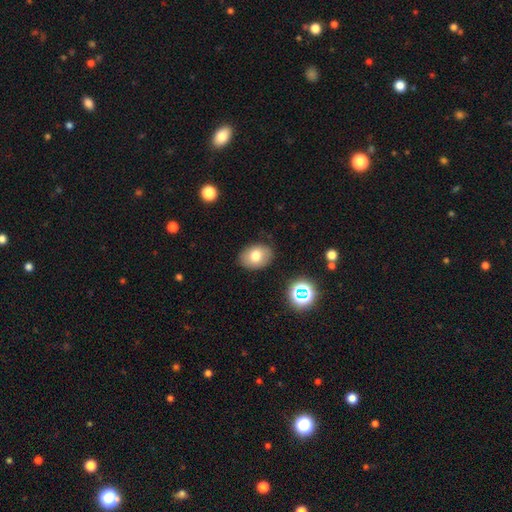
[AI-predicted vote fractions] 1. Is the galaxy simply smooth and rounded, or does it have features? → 75% smooth, 14% featured or disk, 11% star or artifact.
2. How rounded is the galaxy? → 69% in between, 30% round, 1% cigar-shaped.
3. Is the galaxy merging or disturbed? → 86% none, 10% minor disturbance, 3% major disturbance, 2% merger.